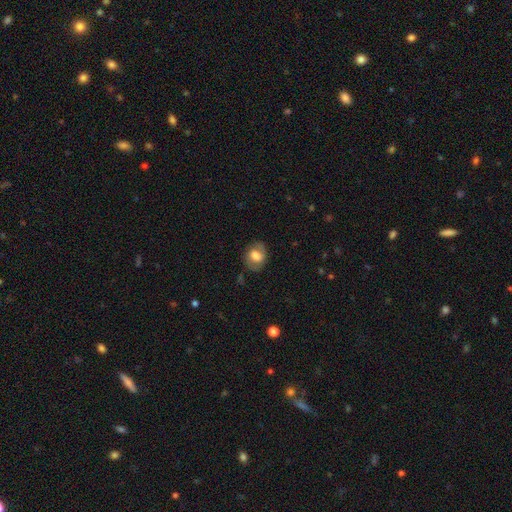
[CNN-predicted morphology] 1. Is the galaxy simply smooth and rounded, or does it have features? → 59% smooth, 34% featured or disk, 8% star or artifact.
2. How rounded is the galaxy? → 58% in between, 40% round, 1% cigar-shaped.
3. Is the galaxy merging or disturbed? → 75% none, 16% minor disturbance, 7% major disturbance, 1% merger.